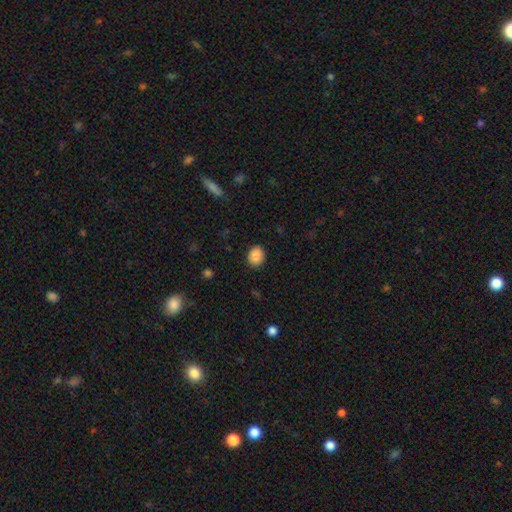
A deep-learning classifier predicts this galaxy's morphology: A smooth galaxy with no disk features (88%) that is round (59%). Merging: none (88%).